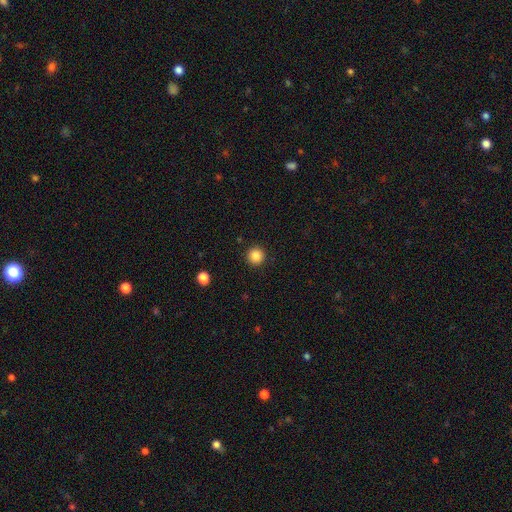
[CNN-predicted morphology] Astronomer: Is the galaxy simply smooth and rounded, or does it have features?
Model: smooth — 86%.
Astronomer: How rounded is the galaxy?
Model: round — 95%.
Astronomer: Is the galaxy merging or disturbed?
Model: none — 93%.